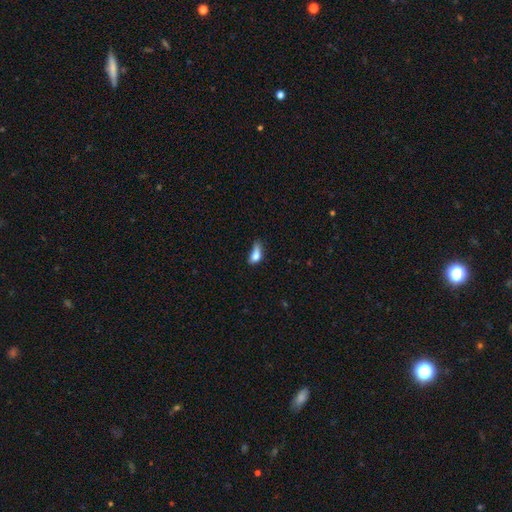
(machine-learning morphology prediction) Smooth or featured?
  - smooth: 75% *
  - featured or disk: 16%
  - star or artifact: 9%
How rounded?
  - in between: 79% *
  - cigar-shaped: 12%
  - round: 9%
Merging?
  - minor disturbance: 37% *
  - major disturbance: 32%
  - none: 23%
  - merger: 8%